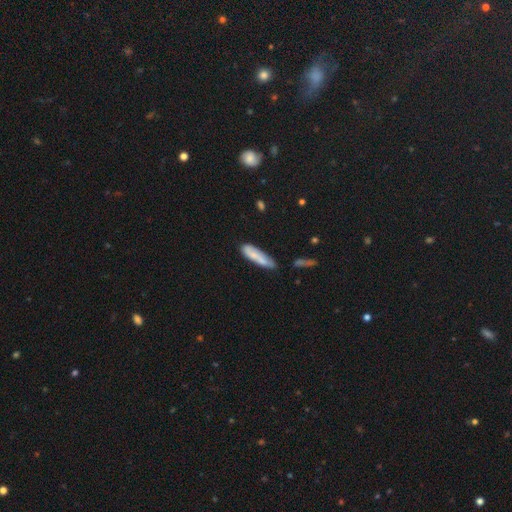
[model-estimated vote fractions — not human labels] This is likely a smooth galaxy (70%). How rounded: likely cigar-shaped (68%). Merging: likely none (60%).